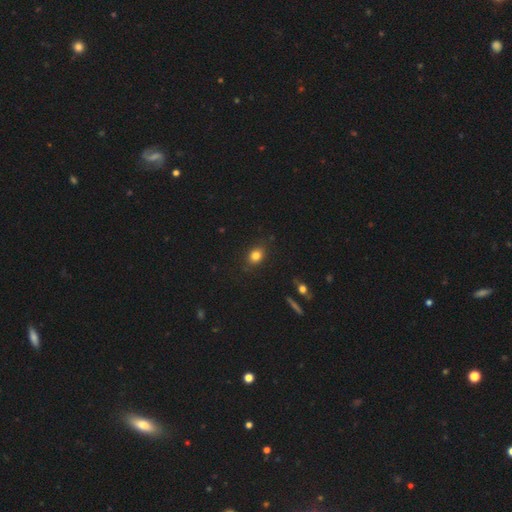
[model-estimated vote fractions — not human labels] Morphology: type=smooth (82%); roundness=in between (60%); merging=none (84%).